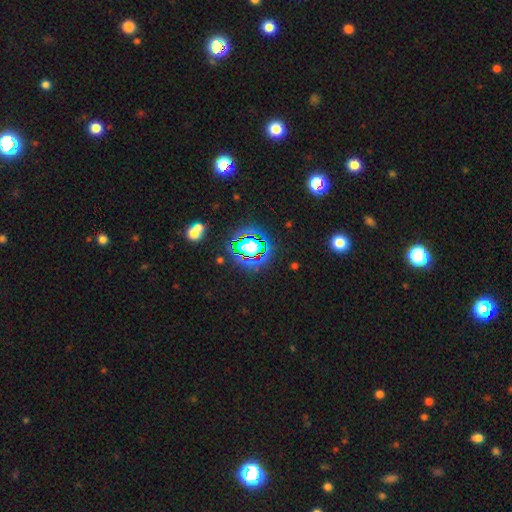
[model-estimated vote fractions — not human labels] Smooth or featured?
  - star or artifact: 79% *
  - smooth: 13%
  - featured or disk: 8%